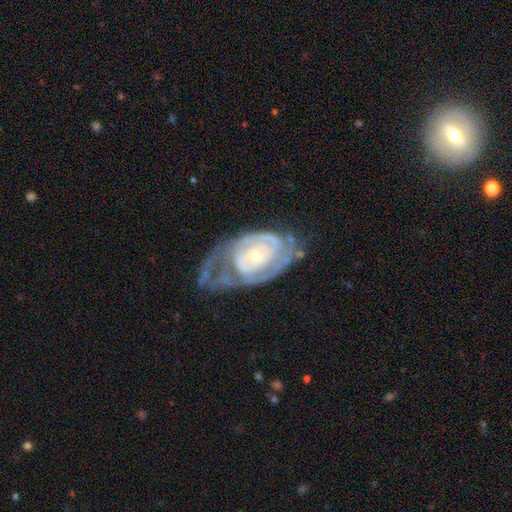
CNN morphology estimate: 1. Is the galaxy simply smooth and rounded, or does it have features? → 85% featured or disk, 10% smooth, 6% star or artifact.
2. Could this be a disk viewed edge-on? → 96% no, 4% yes.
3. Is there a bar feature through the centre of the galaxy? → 66% no, 27% weak, 7% strong.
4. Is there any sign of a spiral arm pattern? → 89% yes, 11% no.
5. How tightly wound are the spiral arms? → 66% tight, 26% medium, 8% loose.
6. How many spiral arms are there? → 38% 2, 37% can't tell, 10% 3, 7% 1, 4% 4, 4% more than 4.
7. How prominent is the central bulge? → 62% small, 31% moderate, 4% large, 3% none, 1% dominant.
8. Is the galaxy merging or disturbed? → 41% none, 29% major disturbance, 27% minor disturbance, 3% merger.